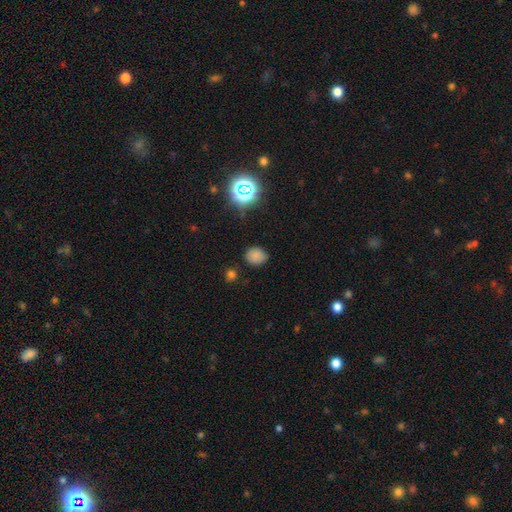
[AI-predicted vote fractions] This appears to be a smooth galaxy with no disk features (78%) that is round (58%). Merging: none (80%).